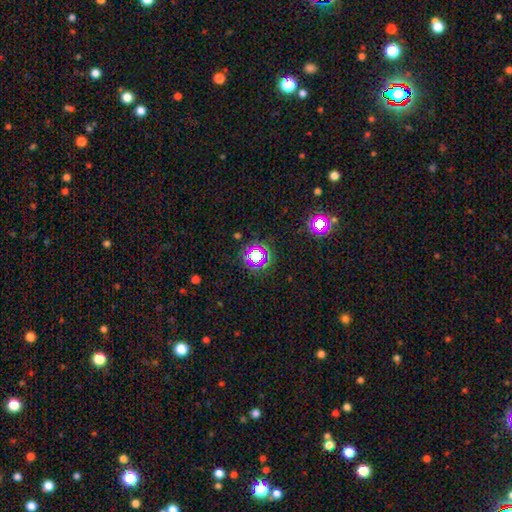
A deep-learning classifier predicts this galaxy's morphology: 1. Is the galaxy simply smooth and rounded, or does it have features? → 65% star or artifact, 25% smooth, 11% featured or disk.